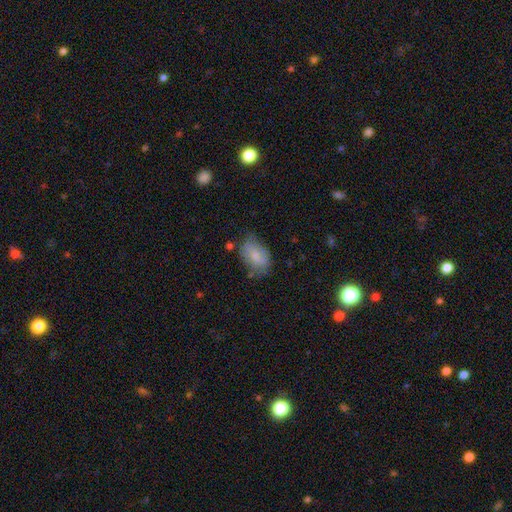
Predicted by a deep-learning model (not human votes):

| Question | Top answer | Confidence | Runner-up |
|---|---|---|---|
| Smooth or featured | smooth | 71% | featured or disk (22%) |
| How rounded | in between | 86% | round (12%) |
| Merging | none | 60% | minor disturbance (29%) |